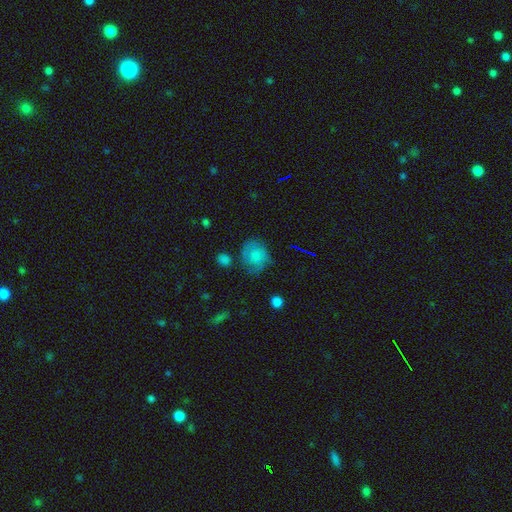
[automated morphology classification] The model was most divided on "merging": none: 58%, minor disturbance: 27%, major disturbance: 11%, merger: 3%. More confident: how rounded — round (68%); smooth or featured — smooth (66%).